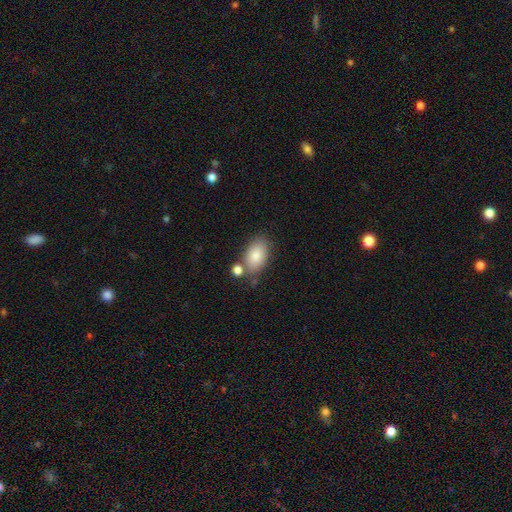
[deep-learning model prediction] A smooth galaxy with no disk features (84%) that is in between round and cigar-shaped (91%). Merging: none (66%).